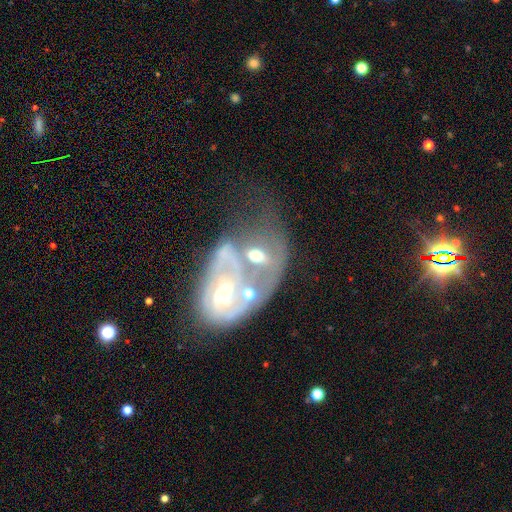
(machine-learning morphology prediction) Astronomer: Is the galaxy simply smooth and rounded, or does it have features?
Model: featured or disk — 60%.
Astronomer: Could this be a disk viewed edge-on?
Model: no — 94%.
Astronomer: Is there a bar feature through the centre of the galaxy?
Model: no — 52% (runner-up: weak, 32%).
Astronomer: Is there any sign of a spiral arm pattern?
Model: yes — 59% (runner-up: no, 41%).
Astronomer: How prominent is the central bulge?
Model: moderate — 56%.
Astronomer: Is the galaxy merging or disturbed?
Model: merger — 61%.